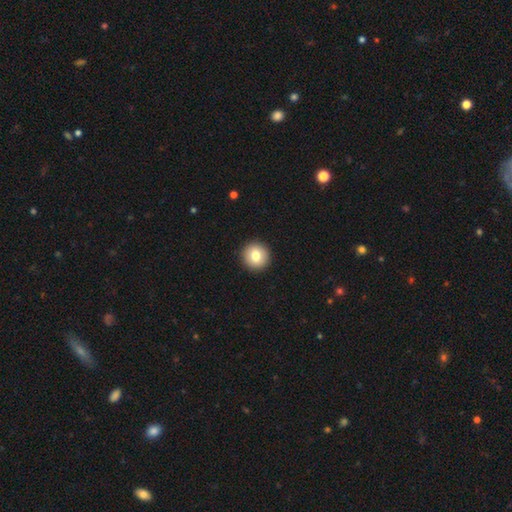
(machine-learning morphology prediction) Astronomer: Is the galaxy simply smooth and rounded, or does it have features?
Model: smooth — 79%.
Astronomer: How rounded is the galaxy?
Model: round — 95%.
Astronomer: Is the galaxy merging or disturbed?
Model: none — 94%.